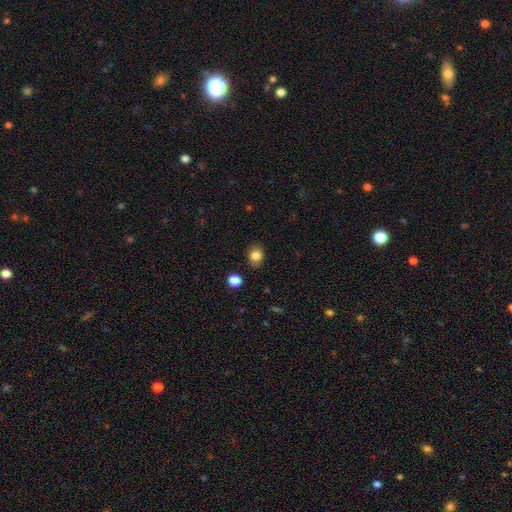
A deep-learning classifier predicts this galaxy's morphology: Smooth or featured? smooth (83%)
How rounded? round (58%)
Merging? none (87%)